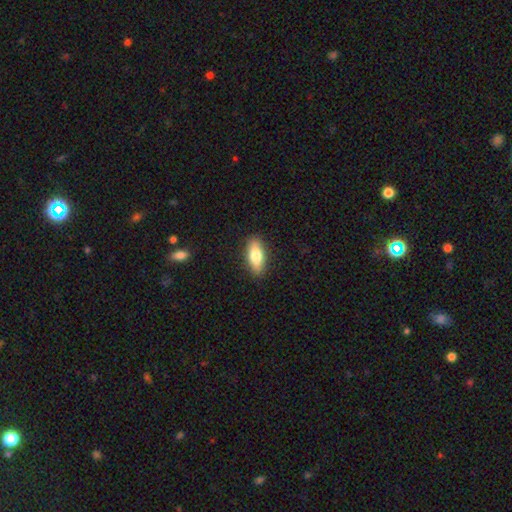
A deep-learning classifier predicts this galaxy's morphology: This is likely a smooth galaxy (74%). How rounded: likely in between (75%). Merging: clearly none (88%).